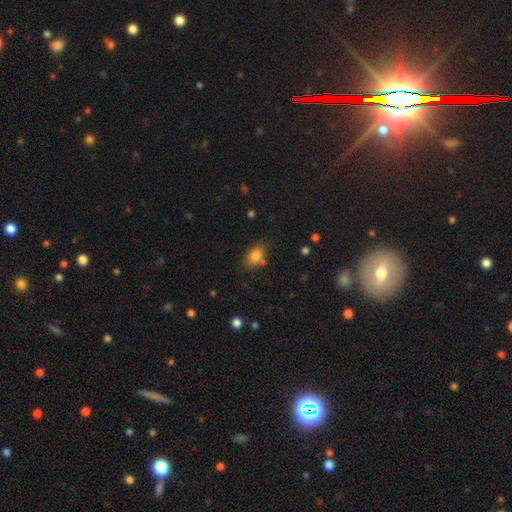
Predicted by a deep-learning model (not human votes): smooth 80%, star or artifact 10%, featured or disk 9%. Down the decision tree: how rounded — in between (78%); merging — none (74%).